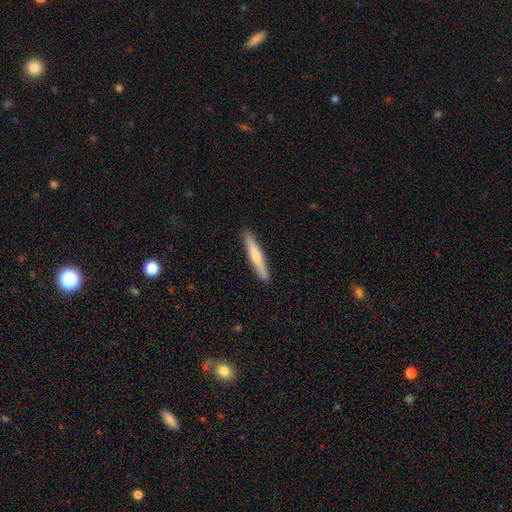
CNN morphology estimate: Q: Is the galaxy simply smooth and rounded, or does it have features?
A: smooth — 60%.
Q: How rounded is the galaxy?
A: cigar-shaped — 94%.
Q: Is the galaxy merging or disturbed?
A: none — 91%.